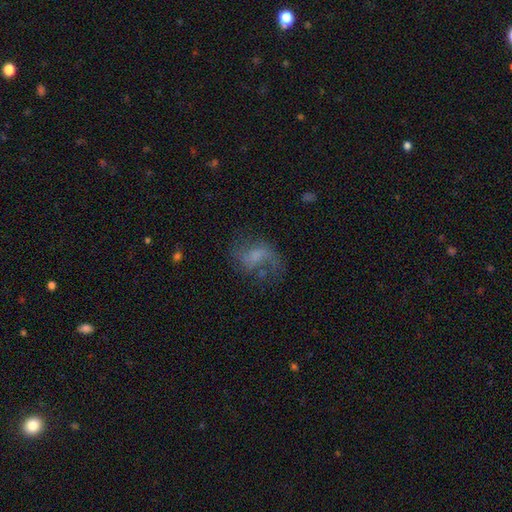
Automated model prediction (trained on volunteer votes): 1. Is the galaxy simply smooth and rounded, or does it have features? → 62% featured or disk, 26% smooth, 12% star or artifact.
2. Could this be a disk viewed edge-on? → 97% no, 3% yes.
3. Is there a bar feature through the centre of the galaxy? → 51% no, 41% weak, 8% strong.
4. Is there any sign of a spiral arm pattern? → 81% yes, 19% no.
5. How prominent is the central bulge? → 40% none, 29% small, 23% moderate, 7% large, 2% dominant.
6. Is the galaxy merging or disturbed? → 47% none, 30% major disturbance, 20% minor disturbance, 3% merger.